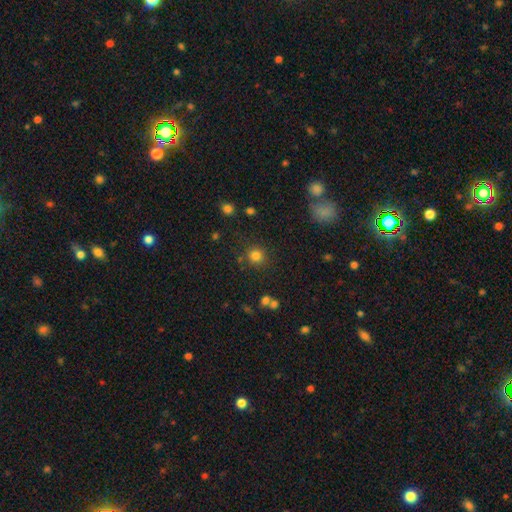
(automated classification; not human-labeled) A smooth galaxy with no disk features (80%) that is round (91%).

Vote fractions:
- Smooth or featured? smooth: 80% / star or artifact: 14% / featured or disk: 6%
- How rounded? round: 91% / in between: 8% / cigar-shaped: 1%
- Merging? none: 84% / minor disturbance: 8% / merger: 5% / major disturbance: 3%